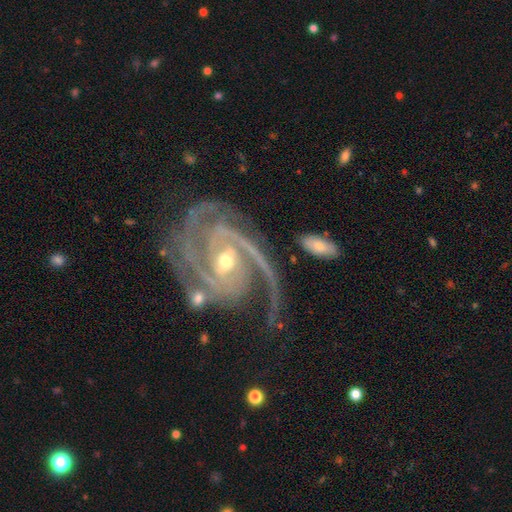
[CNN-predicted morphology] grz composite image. It shows a featured or disk galaxy (93%) with no bar (39%), 3 (37%) tight (59%) spiral arms (99%) and a small central bulge (51%). Merging: none (61%).